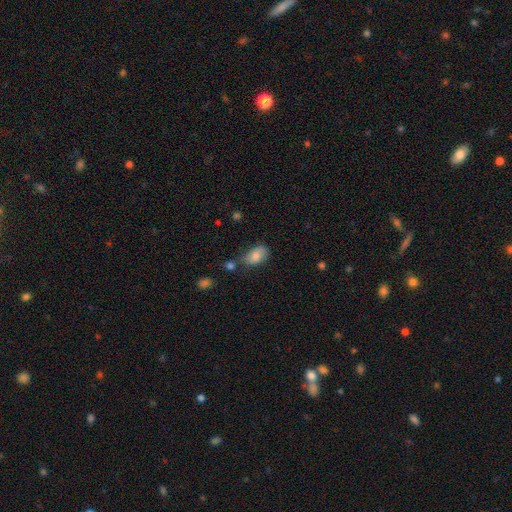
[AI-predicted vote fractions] Q: Smooth or featured?
A: smooth (82%); runner-up: featured or disk (10%)
Q: How rounded?
A: in between (91%); runner-up: round (7%)
Q: Merging?
A: none (54%); runner-up: minor disturbance (28%)